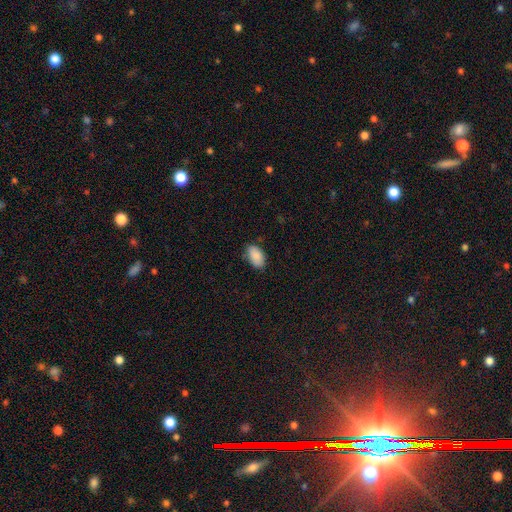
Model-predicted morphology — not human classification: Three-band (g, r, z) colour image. It shows a smooth galaxy with no disk features (89%) that is in between round and cigar-shaped (94%). Merging: none (80%).